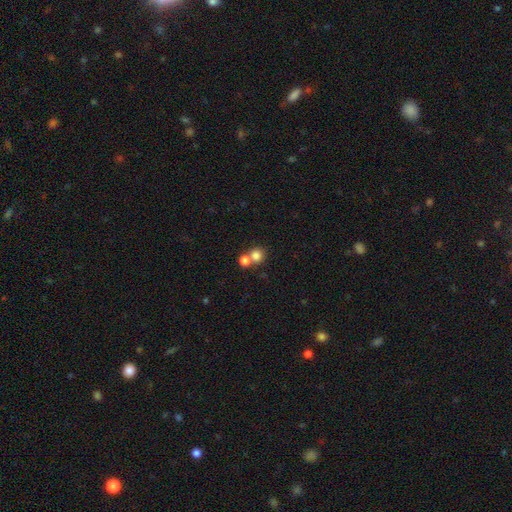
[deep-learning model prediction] Morphology: type=smooth (80%); roundness=round (86%); merging=none (49%).